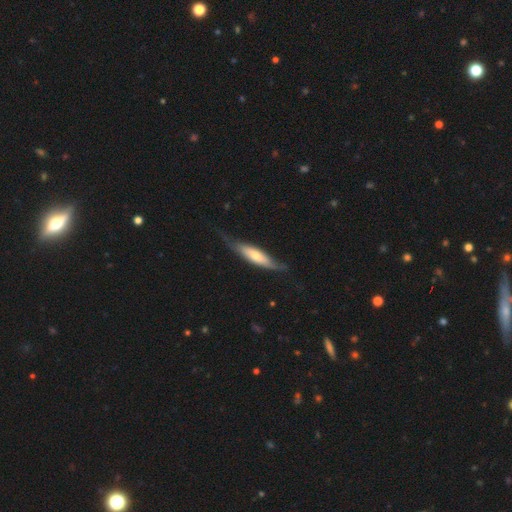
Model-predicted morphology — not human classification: Smooth or featured?
  - smooth: 48% *
  - featured or disk: 47%
  - star or artifact: 5%
Merging?
  - none: 55% *
  - minor disturbance: 30%
  - major disturbance: 14%
  - merger: 2%